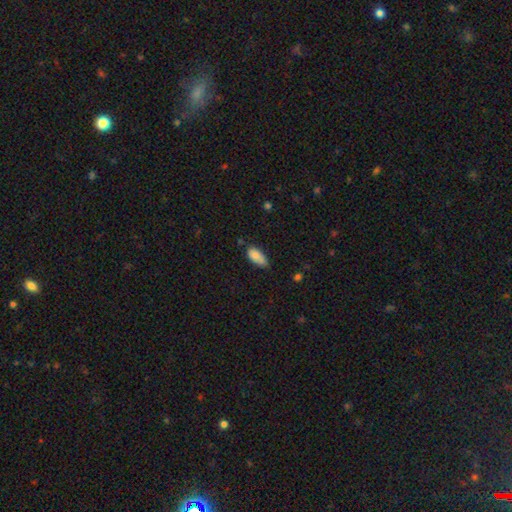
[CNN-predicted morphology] The model was most divided on "merging": none: 56%, minor disturbance: 35%, major disturbance: 5%, merger: 3%. More confident: how rounded — in between (90%); smooth or featured — smooth (82%).